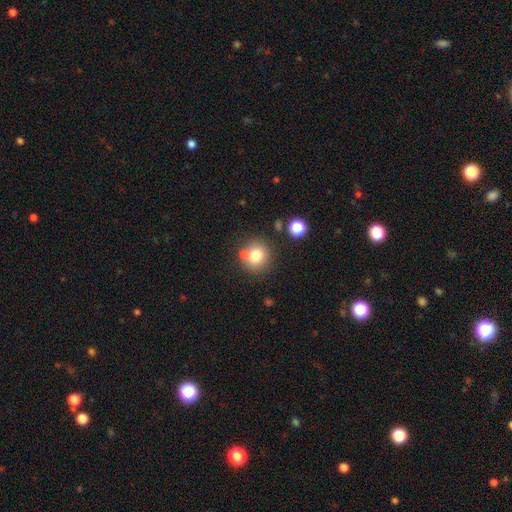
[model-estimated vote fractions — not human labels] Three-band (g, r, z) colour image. It shows a smooth galaxy with no disk features (76%) that is round (89%). Merging: none (69%).